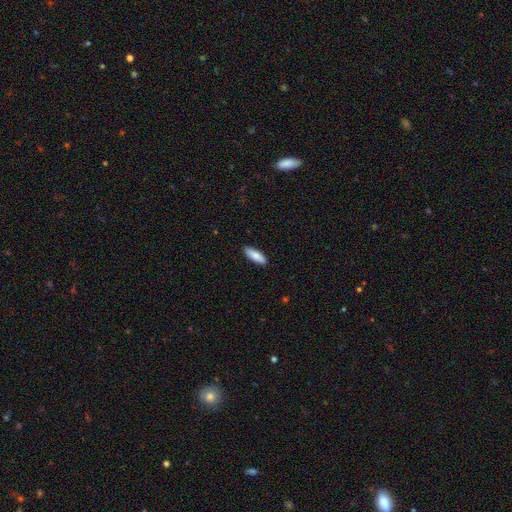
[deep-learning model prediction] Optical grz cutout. It shows a smooth galaxy with no disk features (85%) that is in between round and cigar-shaped (56%). Merging: none (90%).